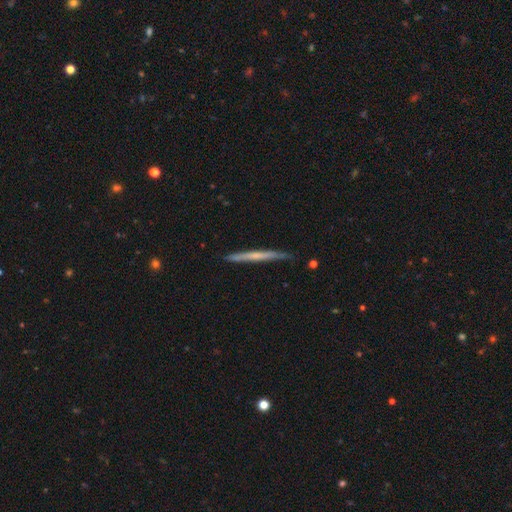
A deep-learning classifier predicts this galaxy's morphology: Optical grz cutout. It shows a featured or disk galaxy (51%) viewed edge-on (97%). Merging: none (86%).